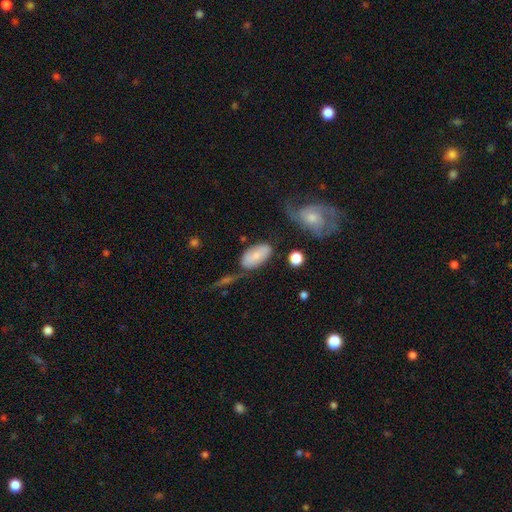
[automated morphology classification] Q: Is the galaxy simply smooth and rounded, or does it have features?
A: smooth — 70%.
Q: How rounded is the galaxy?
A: in between — 93%.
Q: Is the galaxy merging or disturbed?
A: none — 58%.